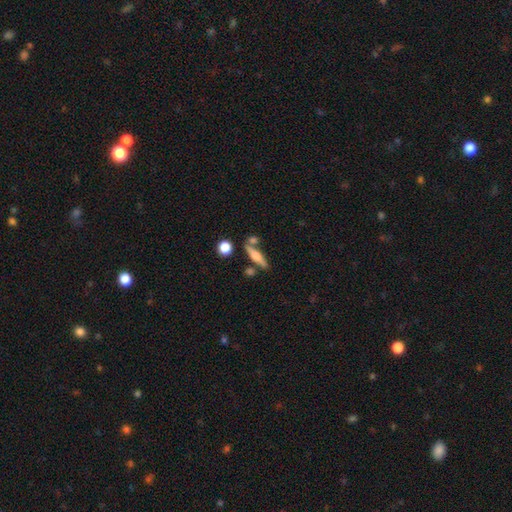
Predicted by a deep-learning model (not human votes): smooth_or_featured: featured or disk (p=0.53) [alt: smooth p=0.39]
disk_edge_on: yes (p=0.94) [alt: no p=0.06]
edge_on_bulge: rounded (p=0.87) [alt: boxy p=0.08]
merging: none (p=0.73) [alt: merger p=0.13]